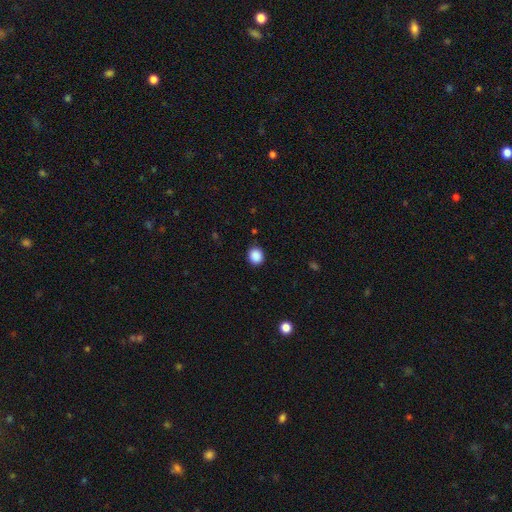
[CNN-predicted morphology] Smooth or featured? smooth (88%)
How rounded? round (79%)
Merging? none (89%)